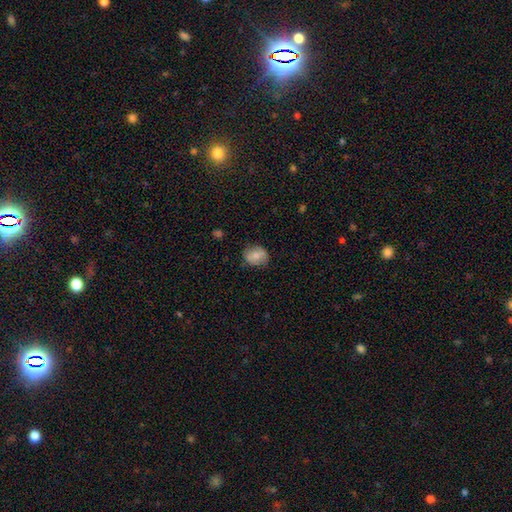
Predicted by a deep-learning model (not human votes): Smooth or featured: smooth — 73% (featured or disk — 19%)
How rounded: round — 61% (in between — 38%)
Merging: none — 77% (minor disturbance — 18%)